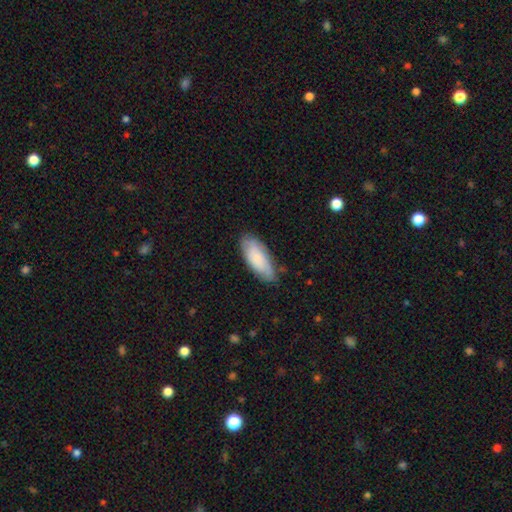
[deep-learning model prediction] smooth 73%, featured or disk 21%, star or artifact 6%. Down the decision tree: how rounded — in between (81%); merging — none (75%).